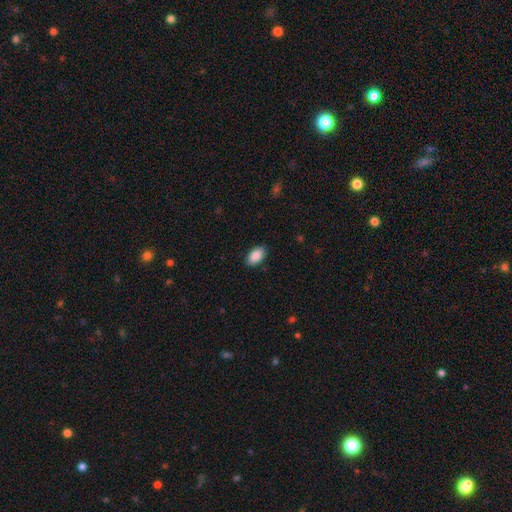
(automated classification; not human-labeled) Smooth or featured: smooth — 89% (star or artifact — 7%)
How rounded: in between — 93% (round — 5%)
Merging: none — 87% (minor disturbance — 10%)